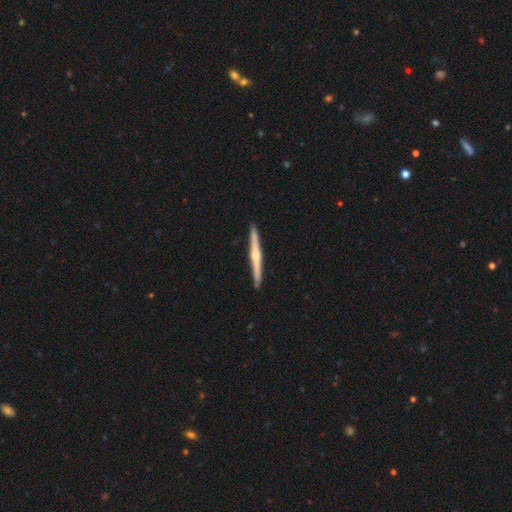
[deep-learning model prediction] Smooth or featured? featured or disk (70%)
Edge-on disk? yes (98%)
Edge-on bulge? rounded (77%)
Merging? none (93%)